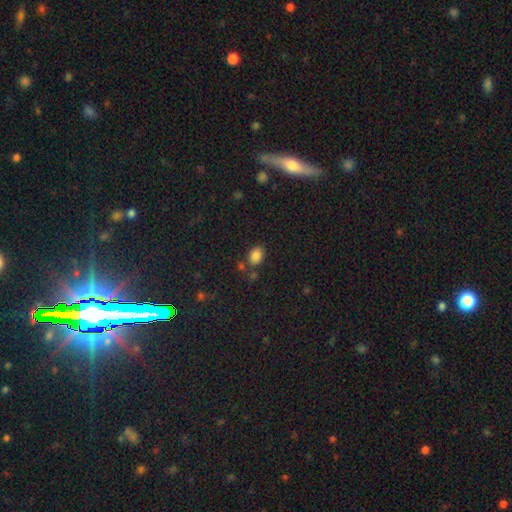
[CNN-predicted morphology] Smooth or featured? smooth (84%)
How rounded? in between (61%)
Merging? none (72%)